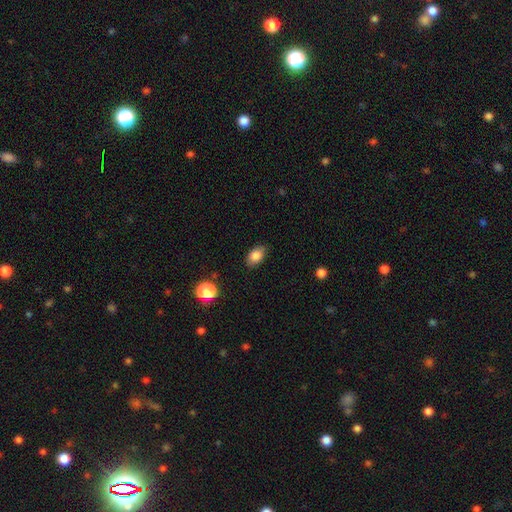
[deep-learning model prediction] Smooth or featured? smooth (83%)
How rounded? in between (86%)
Merging? none (83%)